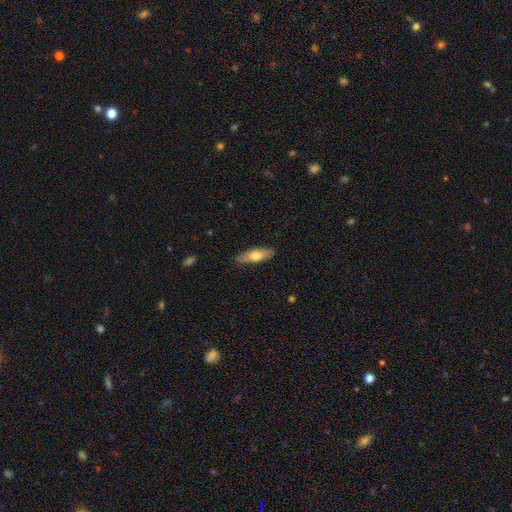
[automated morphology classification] Q: Smooth or featured?
A: smooth (64%); runner-up: featured or disk (30%)
Q: How rounded?
A: cigar-shaped (58%); runner-up: in between (40%)
Q: Merging?
A: none (86%); runner-up: minor disturbance (11%)